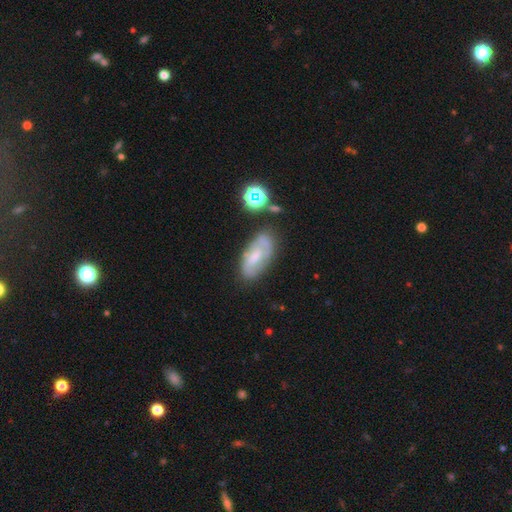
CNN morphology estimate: Overall: featured or disk (52%; smooth 37%). Edge-on disk: no (91%). Merging: none (62%; minor disturbance 23%).